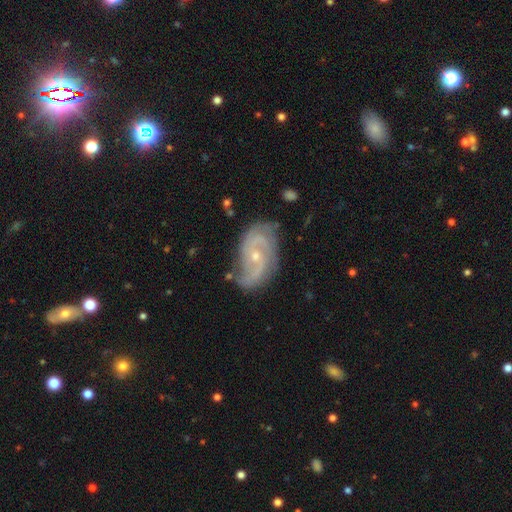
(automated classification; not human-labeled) smooth-or-featured: featured or disk: 85% | smooth: 8% | star or artifact: 7%
  disk-edge-on: no: 96% | yes: 4%
    bar: no: 61% | weak: 32% | strong: 7%
    has-spiral-arms: yes: 96% | no: 4%
      spiral-winding: medium: 44% | tight: 39% | loose: 17%
      spiral-arm-count: 2: 56% | can't tell: 16% | 3: 15% | 4: 5% | 1: 4% | more than 4: 4%
    bulge-size: small: 66% | moderate: 31% | none: 1% | large: 1% | dominant: 1%
  merging: none: 71% | minor disturbance: 21% | major disturbance: 6% | merger: 2%